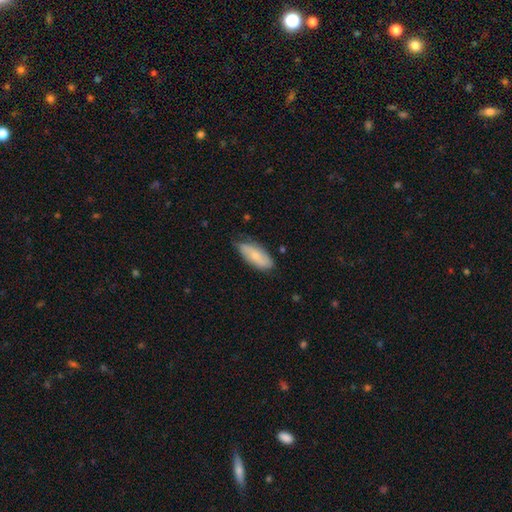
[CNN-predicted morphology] smooth-or-featured: smooth: 64% | featured or disk: 30% | star or artifact: 6%
  how-rounded: in between: 81% | cigar-shaped: 17% | round: 2%
  merging: none: 69% | minor disturbance: 25% | major disturbance: 4% | merger: 2%